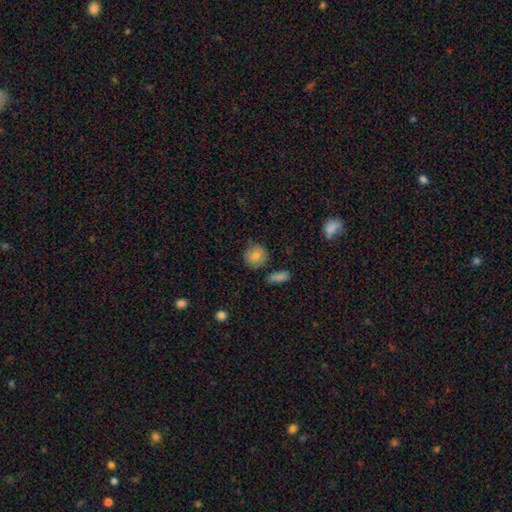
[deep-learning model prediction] Q: Smooth or featured?
A: smooth (80%); runner-up: featured or disk (12%)
Q: How rounded?
A: round (84%); runner-up: in between (15%)
Q: Merging?
A: none (76%); runner-up: minor disturbance (16%)